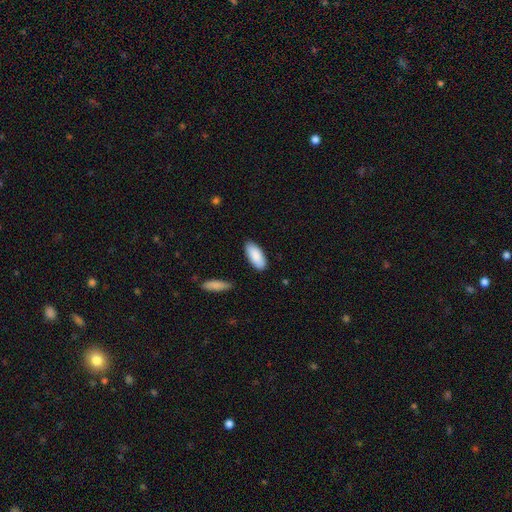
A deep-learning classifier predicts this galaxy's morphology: Smooth or featured: smooth — 88% (featured or disk — 6%)
How rounded: in between — 87% (cigar-shaped — 12%)
Merging: none — 84% (minor disturbance — 12%)